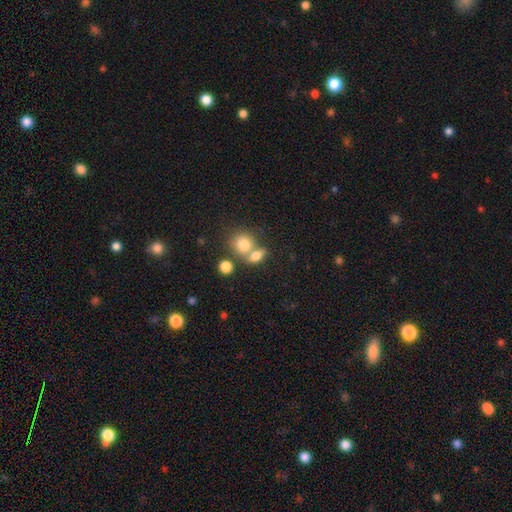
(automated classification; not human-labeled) The model was most divided on "merging": merger: 46%, none: 40%, minor disturbance: 10%, major disturbance: 4%. More confident: smooth or featured — smooth (75%); how rounded — in between (57%).